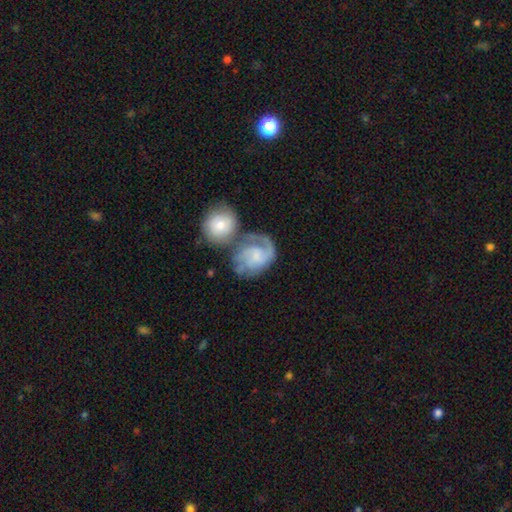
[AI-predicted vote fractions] Smooth or featured?
  - featured or disk: 75% *
  - smooth: 20%
  - star or artifact: 6%
Edge-on disk?
  - no: 98% *
  - yes: 2%
Bar?
  - no: 62% *
  - weak: 32%
  - strong: 6%
Spiral arms?
  - yes: 93% *
  - no: 7%
Spiral winding?
  - medium: 43% *
  - tight: 39%
  - loose: 18%
Spiral arm count?
  - 2: 45% *
  - 1: 19%
  - can't tell: 17%
  - 3: 13%
  - 4: 3%
  - more than 4: 3%
Bulge size?
  - small: 44% *
  - none: 26%
  - moderate: 23%
  - large: 5%
  - dominant: 2%
Merging?
  - none: 38% *
  - merger: 30%
  - minor disturbance: 17%
  - major disturbance: 15%